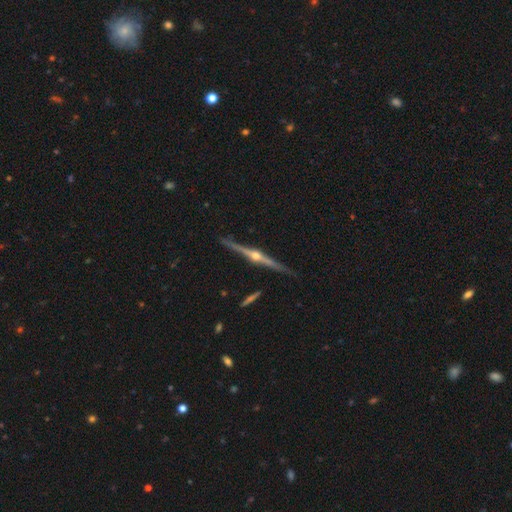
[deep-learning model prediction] A featured or disk galaxy (90%) viewed edge-on (98%) with a rounded central bulge (95%). Merging: none (90%).